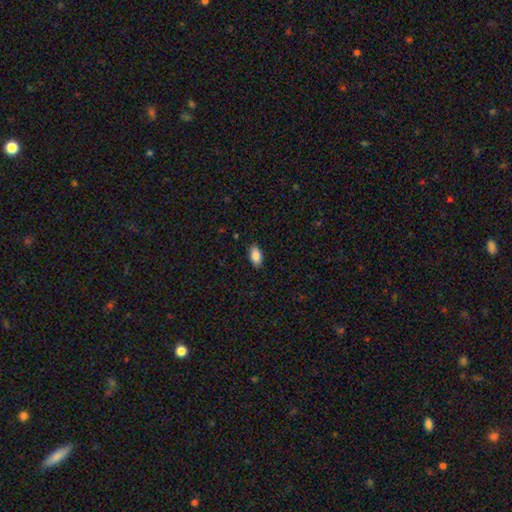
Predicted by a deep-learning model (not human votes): A smooth galaxy with no disk features (87%) that is in between round and cigar-shaped (93%). Merging: none (87%).